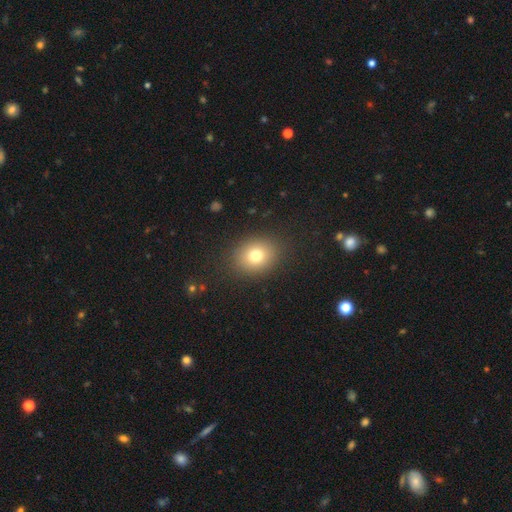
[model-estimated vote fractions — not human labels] smooth 76%, star or artifact 13%, featured or disk 11%. Down the decision tree: how rounded — round (59%); merging — none (88%).